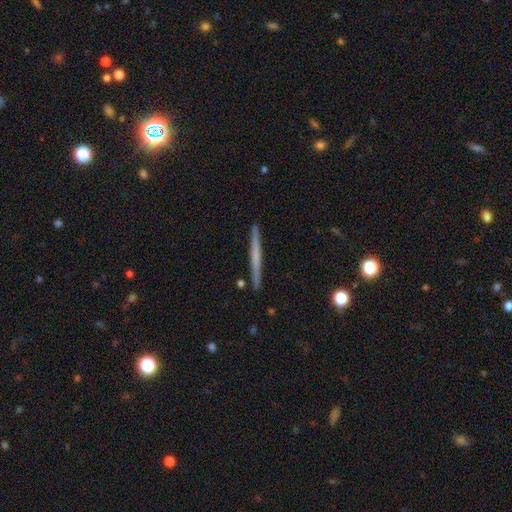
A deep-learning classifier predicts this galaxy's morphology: smooth-or-featured: featured or disk: 49% | smooth: 45% | star or artifact: 6%
  merging: none: 92% | minor disturbance: 5% | merger: 1% | major disturbance: 1%